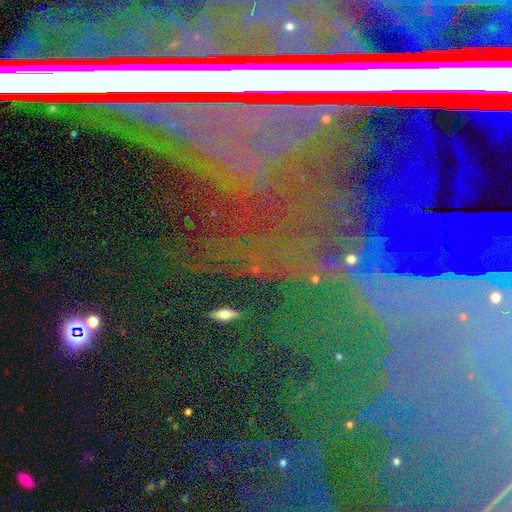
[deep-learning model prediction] Smooth or featured? Predicted: star or artifact (p=0.75).